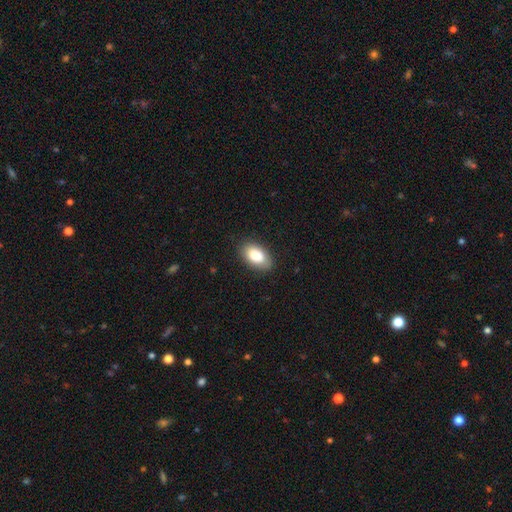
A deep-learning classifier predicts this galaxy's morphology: Smooth or featured?
  - smooth: 84% *
  - featured or disk: 9%
  - star or artifact: 7%
How rounded?
  - in between: 93% *
  - round: 5%
  - cigar-shaped: 2%
Merging?
  - none: 83% *
  - minor disturbance: 13%
  - major disturbance: 3%
  - merger: 1%